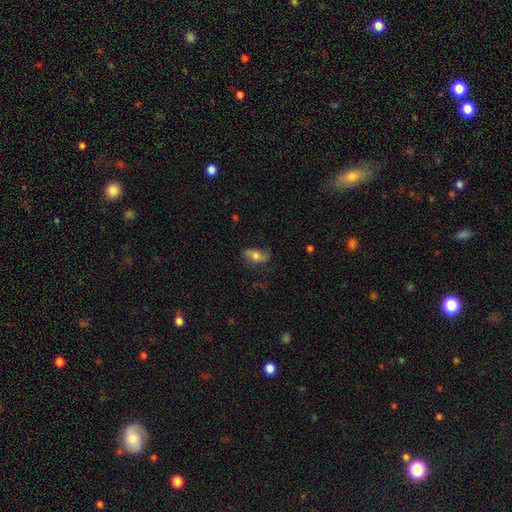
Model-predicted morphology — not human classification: Smooth or featured: smooth — 56% (featured or disk — 35%)
How rounded: in between — 84% (cigar-shaped — 8%)
Merging: none — 66% (minor disturbance — 23%)